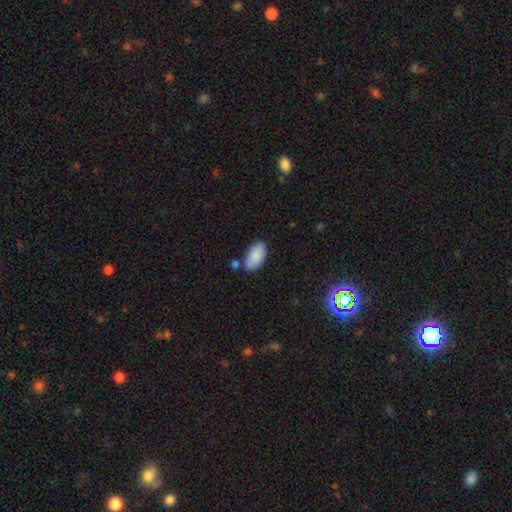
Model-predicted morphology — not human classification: type=smooth (89%); roundness=in between (95%); merging=none (73%).